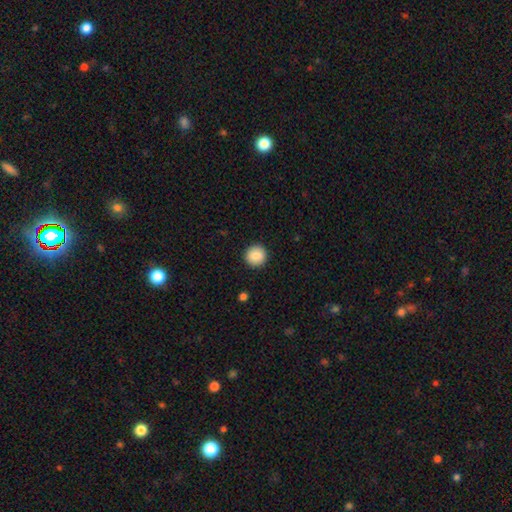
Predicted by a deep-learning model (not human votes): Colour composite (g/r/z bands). It shows a smooth galaxy with no disk features (87%) that is round (95%). Merging: none (92%).